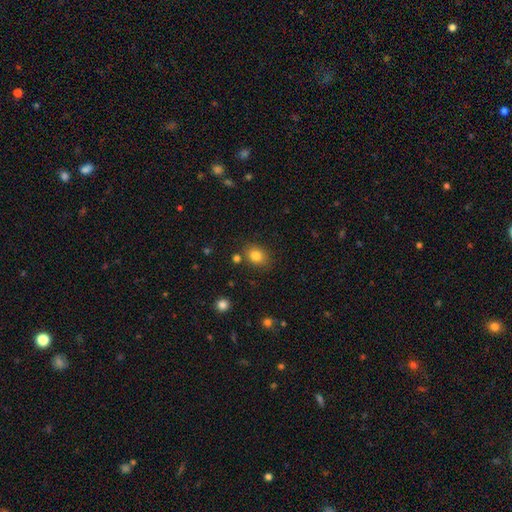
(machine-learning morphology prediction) Overall: smooth (82%). How rounded: in between (54%; round 45%). Merging: none (79%).